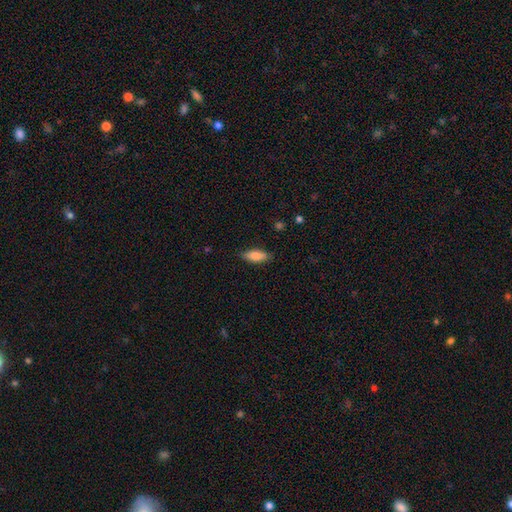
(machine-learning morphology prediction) This is clearly a smooth galaxy (82%). How rounded: likely in between (71%). Merging: clearly none (84%).